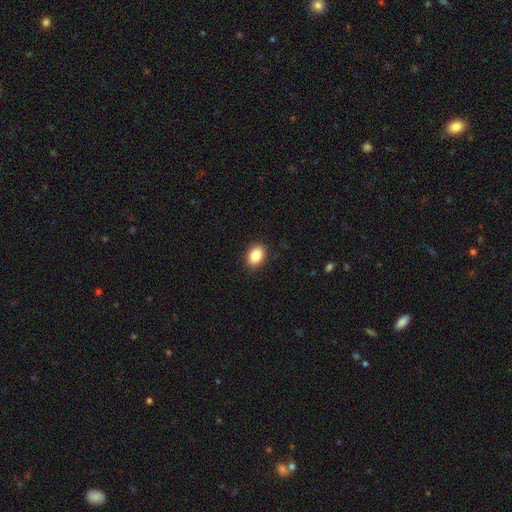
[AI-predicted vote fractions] The model was most divided on "how rounded": in between: 77%, round: 22%, cigar-shaped: 1%. More confident: merging — none (89%); smooth or featured — smooth (87%).